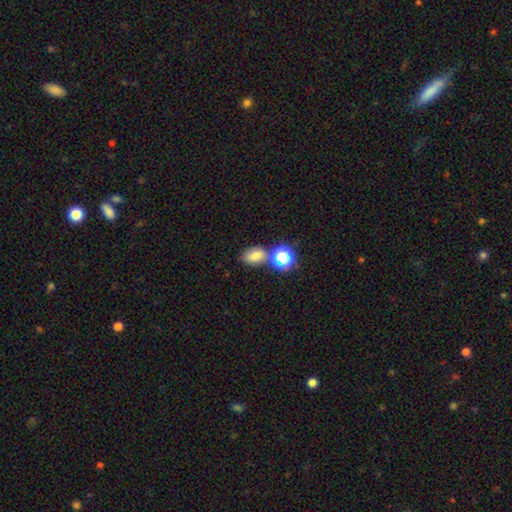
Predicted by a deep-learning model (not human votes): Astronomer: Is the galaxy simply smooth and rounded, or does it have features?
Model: smooth — 74%.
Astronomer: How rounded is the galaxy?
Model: in between — 71%.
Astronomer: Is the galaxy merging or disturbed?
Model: none — 60%.